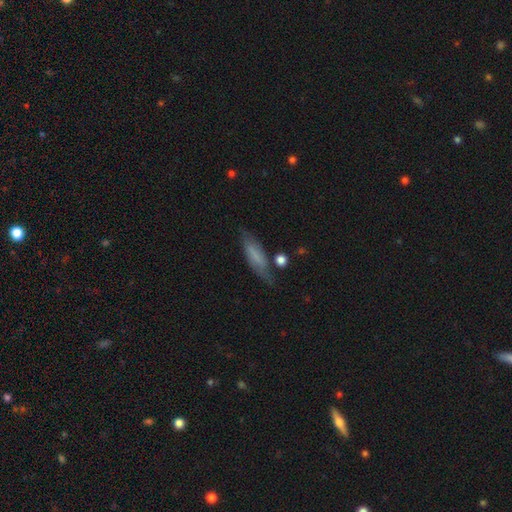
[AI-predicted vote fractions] smooth-or-featured: smooth: 57% | featured or disk: 35% | star or artifact: 8%
  how-rounded: cigar-shaped: 54% | in between: 43% | round: 3%
  merging: none: 63% | minor disturbance: 23% | major disturbance: 9% | merger: 5%